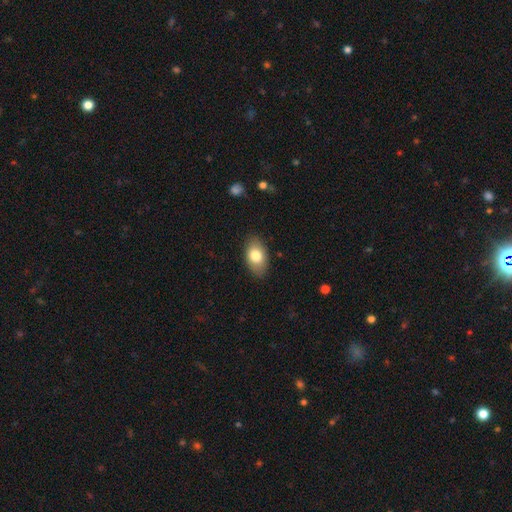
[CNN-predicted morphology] This is likely a smooth galaxy (79%). How rounded: clearly in between (92%). Merging: clearly none (85%).